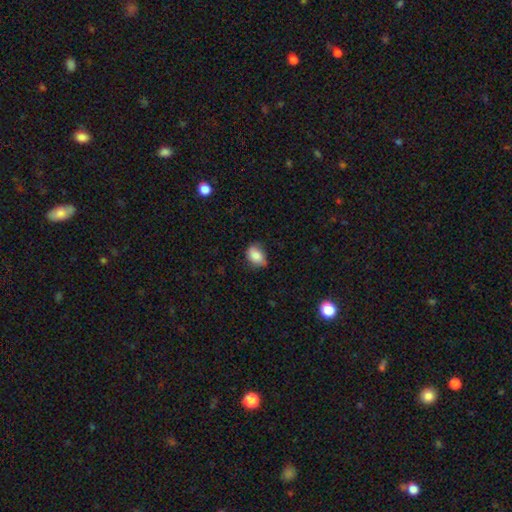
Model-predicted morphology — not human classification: Smooth or featured?
  - smooth: 81% *
  - featured or disk: 11%
  - star or artifact: 8%
How rounded?
  - in between: 74% *
  - round: 24%
  - cigar-shaped: 2%
Merging?
  - none: 58% *
  - minor disturbance: 33%
  - major disturbance: 7%
  - merger: 2%